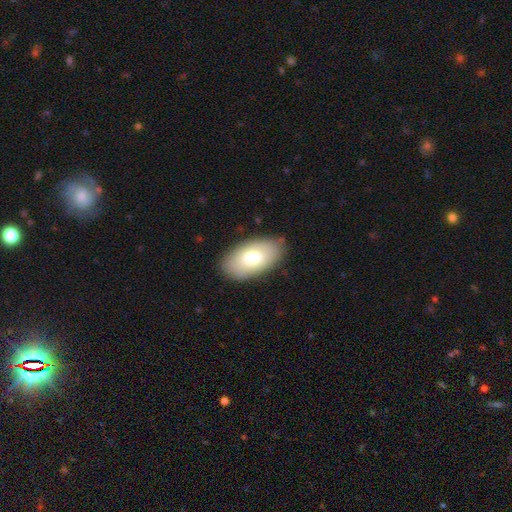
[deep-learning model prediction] smooth_or_featured: smooth (p=0.75) [alt: featured or disk p=0.18]
how_rounded: in between (p=0.94) [alt: round p=0.04]
merging: none (p=0.83) [alt: minor disturbance p=0.13]